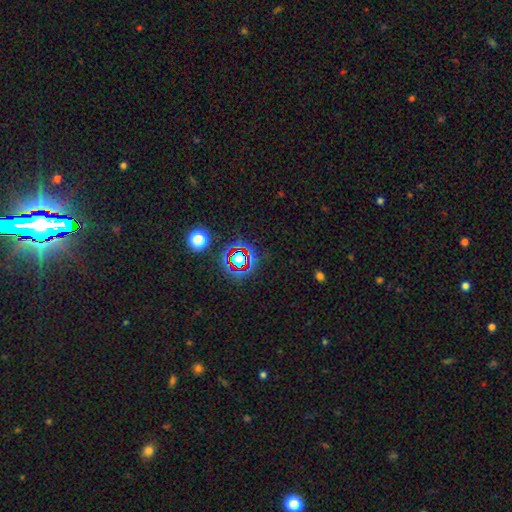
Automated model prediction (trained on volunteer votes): Q: Smooth or featured?
A: star or artifact (76%); runner-up: smooth (14%)